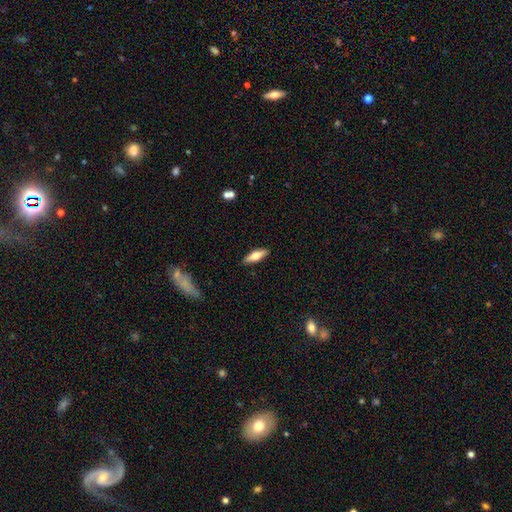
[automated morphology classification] Smooth or featured: smooth — 59% (featured or disk — 35%)
How rounded: in between — 52% (cigar-shaped — 46%)
Merging: none — 89% (minor disturbance — 8%)